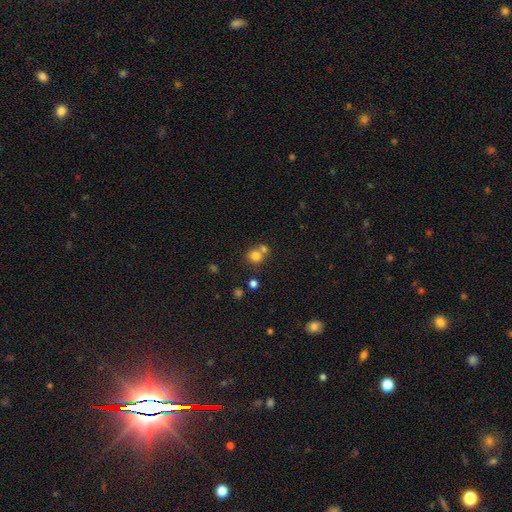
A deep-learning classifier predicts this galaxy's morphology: Q: Smooth or featured?
A: smooth (78%); runner-up: star or artifact (13%)
Q: How rounded?
A: round (85%); runner-up: in between (14%)
Q: Merging?
A: none (50%); runner-up: merger (39%)